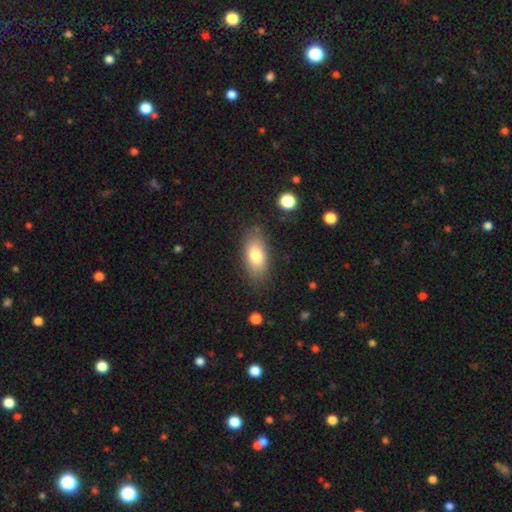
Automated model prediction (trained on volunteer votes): Smooth or featured? Predicted: smooth (p=0.77). How rounded? Predicted: in between (p=0.88). Merging? Predicted: none (p=0.81).